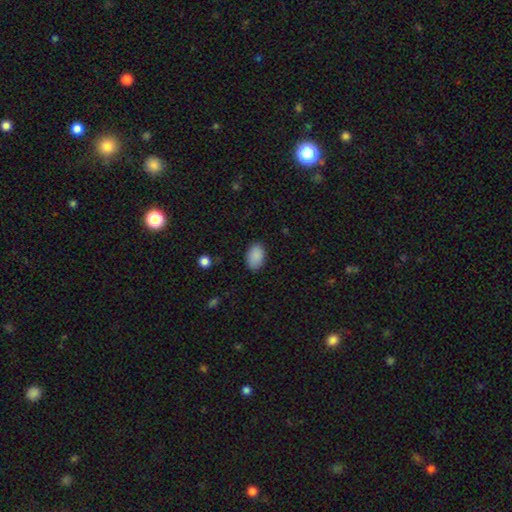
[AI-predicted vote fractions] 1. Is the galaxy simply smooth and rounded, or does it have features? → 89% smooth, 7% star or artifact, 4% featured or disk.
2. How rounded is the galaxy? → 88% in between, 11% round, 1% cigar-shaped.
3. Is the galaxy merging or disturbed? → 85% none, 12% minor disturbance, 3% major disturbance, 1% merger.